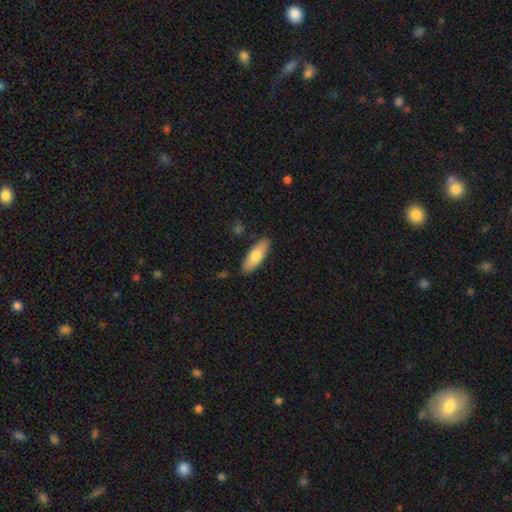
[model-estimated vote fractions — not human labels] This appears to be a smooth galaxy with no disk features (73%) that is in between round and cigar-shaped (65%). Merging: none (86%).